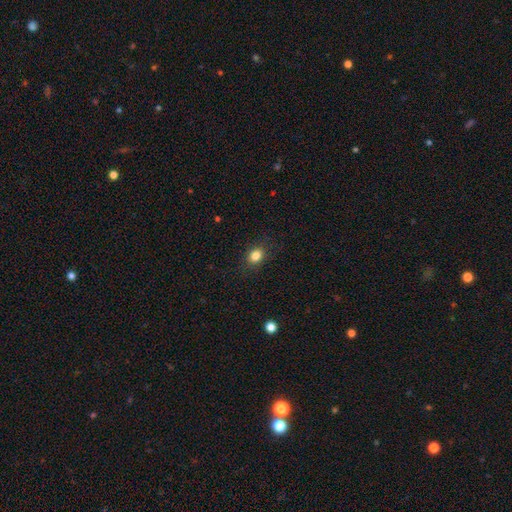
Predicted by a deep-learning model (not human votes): This is clearly a smooth galaxy (84%). How rounded: possibly round (55%). Merging: clearly none (86%).